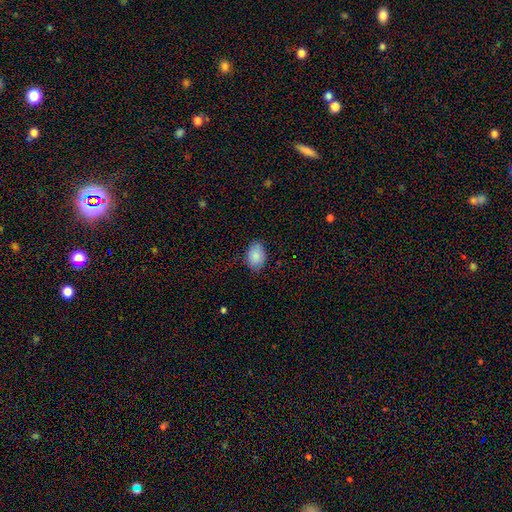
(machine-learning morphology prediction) The model was most divided on "merging": none: 75%, minor disturbance: 20%, major disturbance: 4%, merger: 1%. More confident: smooth or featured — smooth (87%); how rounded — in between (78%).